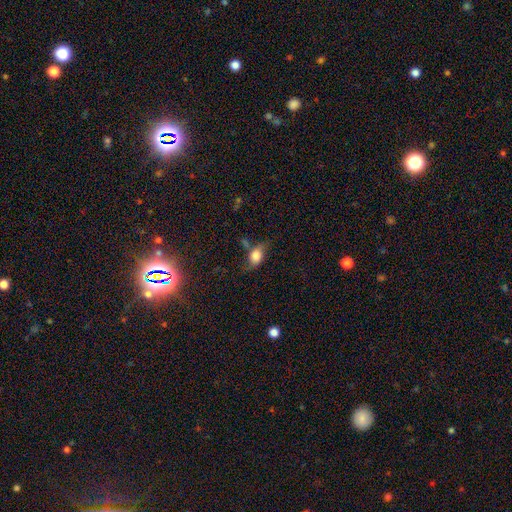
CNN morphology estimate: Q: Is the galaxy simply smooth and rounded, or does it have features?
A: smooth — 69%.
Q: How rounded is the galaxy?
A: in between — 76%.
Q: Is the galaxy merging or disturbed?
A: none — 45%.